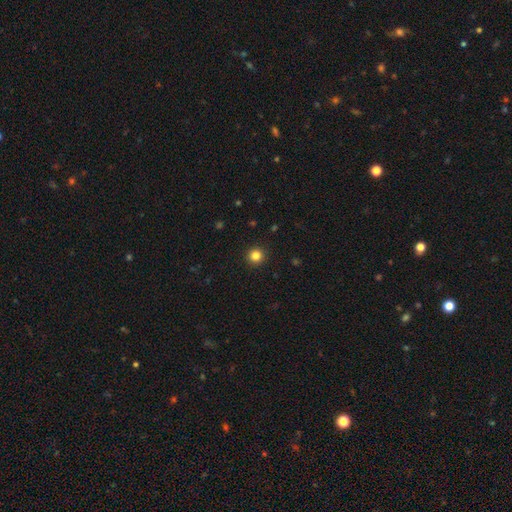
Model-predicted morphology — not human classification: Overall: smooth (84%). How rounded: round (95%). Merging: none (93%).